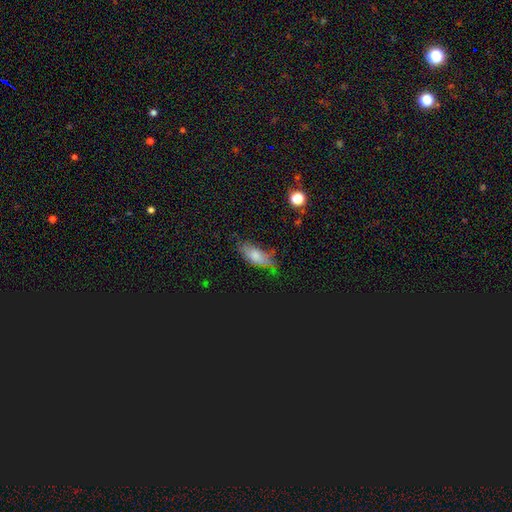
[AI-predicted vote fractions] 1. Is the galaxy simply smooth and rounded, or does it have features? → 67% smooth, 20% featured or disk, 14% star or artifact.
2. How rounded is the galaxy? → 79% in between, 17% cigar-shaped, 4% round.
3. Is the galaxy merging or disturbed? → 56% none, 30% minor disturbance, 11% major disturbance, 3% merger.